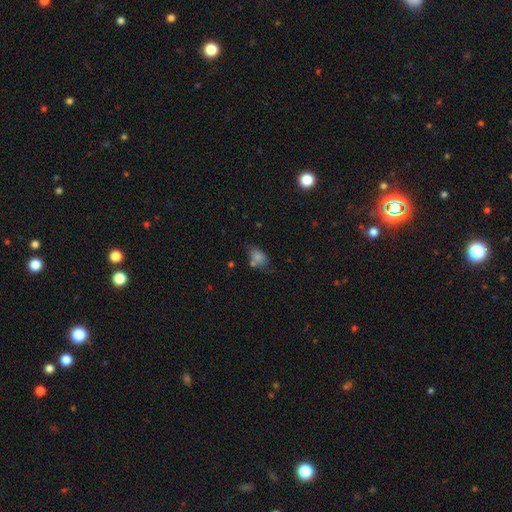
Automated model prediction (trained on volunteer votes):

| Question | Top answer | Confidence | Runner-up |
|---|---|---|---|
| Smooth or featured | smooth | 60% | star or artifact (26%) |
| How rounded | in between | 74% | round (23%) |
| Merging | none | 57% | minor disturbance (22%) |